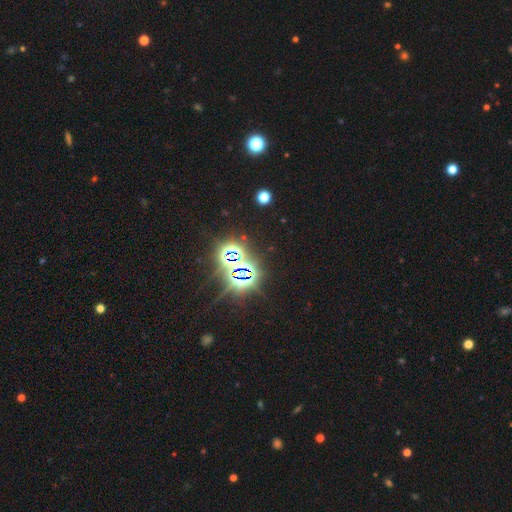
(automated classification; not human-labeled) Q: Smooth or featured?
A: star or artifact (78%); runner-up: smooth (14%)